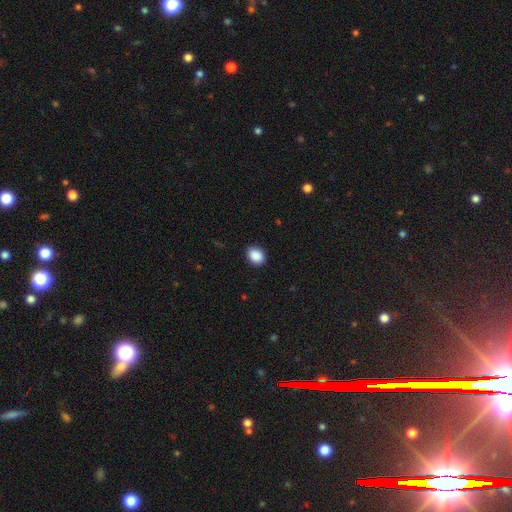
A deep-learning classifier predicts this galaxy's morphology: Overall: smooth (89%). How rounded: in between (58%; round 41%). Merging: none (90%).